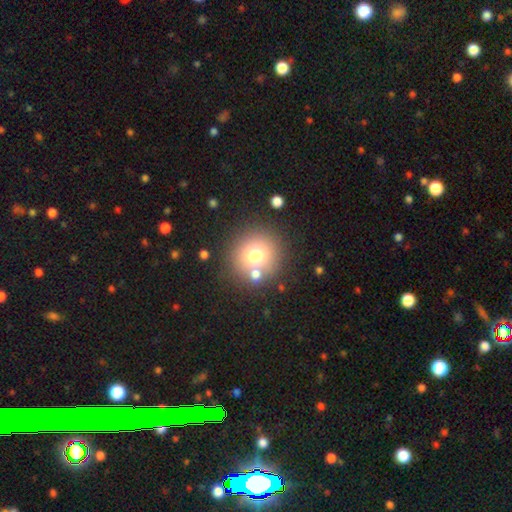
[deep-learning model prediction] smooth-or-featured: smooth: 71% | star or artifact: 15% | featured or disk: 14%
  how-rounded: round: 91% | in between: 8% | cigar-shaped: 1%
  merging: none: 73% | merger: 14% | minor disturbance: 9% | major disturbance: 4%